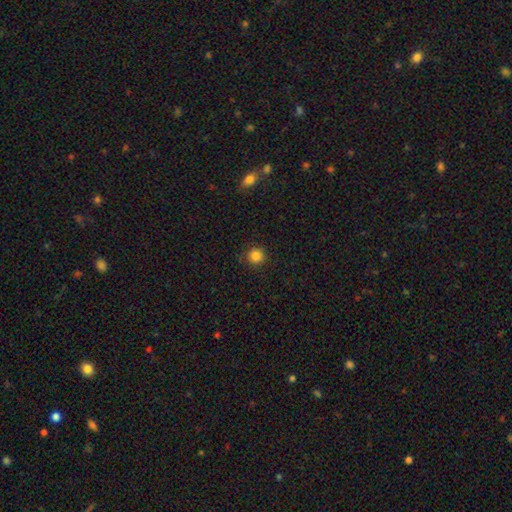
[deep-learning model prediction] Smooth or featured: smooth — 83% (star or artifact — 12%)
How rounded: round — 94% (in between — 5%)
Merging: none — 87% (minor disturbance — 9%)